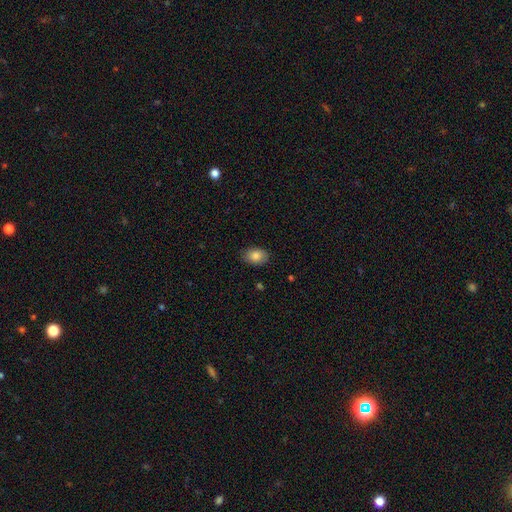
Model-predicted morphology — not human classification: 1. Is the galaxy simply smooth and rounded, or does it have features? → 85% smooth, 8% star or artifact, 7% featured or disk.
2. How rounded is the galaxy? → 81% in between, 18% round, 1% cigar-shaped.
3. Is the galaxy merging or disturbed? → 86% none, 10% minor disturbance, 2% major disturbance, 1% merger.